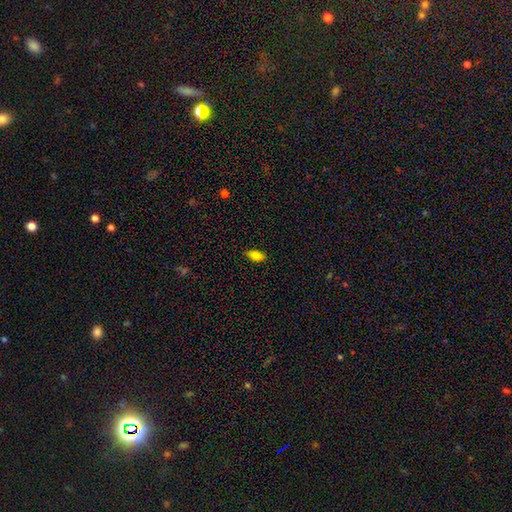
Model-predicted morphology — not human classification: Overall: smooth (83%). How rounded: in between (89%). Merging: none (86%).